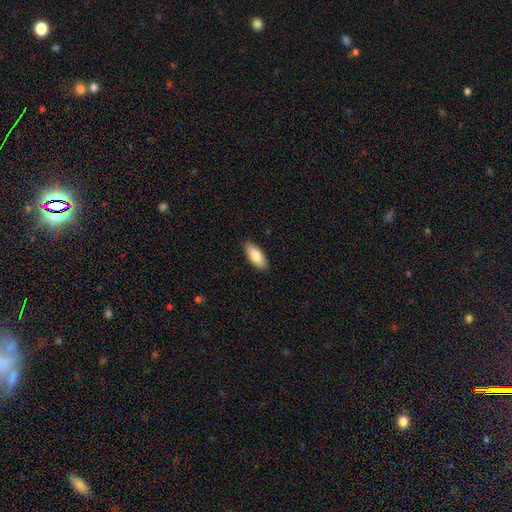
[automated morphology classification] A smooth galaxy with no disk features (85%) that is in between round and cigar-shaped (85%). Merging: none (87%).